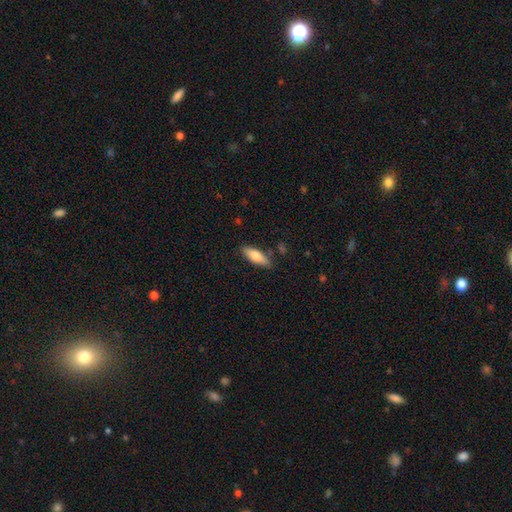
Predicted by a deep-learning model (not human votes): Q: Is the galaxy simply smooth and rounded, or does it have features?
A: smooth — 78%.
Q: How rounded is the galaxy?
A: in between — 60%.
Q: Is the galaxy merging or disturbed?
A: none — 82%.